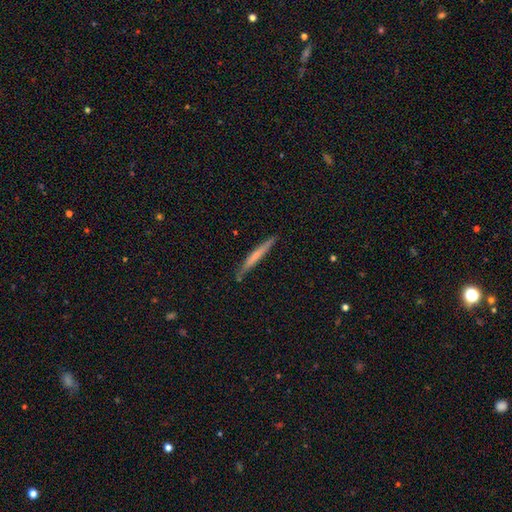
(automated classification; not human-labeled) Q: Smooth or featured?
A: smooth (54%); runner-up: featured or disk (40%)
Q: How rounded?
A: cigar-shaped (96%); runner-up: in between (2%)
Q: Merging?
A: none (85%); runner-up: minor disturbance (12%)